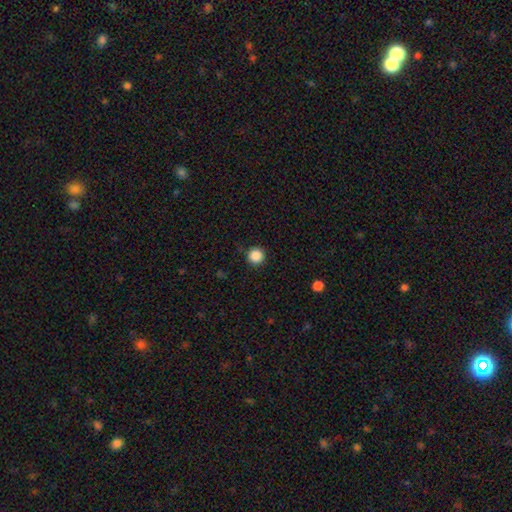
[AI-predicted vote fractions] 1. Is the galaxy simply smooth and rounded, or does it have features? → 88% smooth, 10% star or artifact, 3% featured or disk.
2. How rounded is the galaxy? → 96% round, 3% in between, 1% cigar-shaped.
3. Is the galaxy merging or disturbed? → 91% none, 6% minor disturbance, 2% major disturbance, 1% merger.